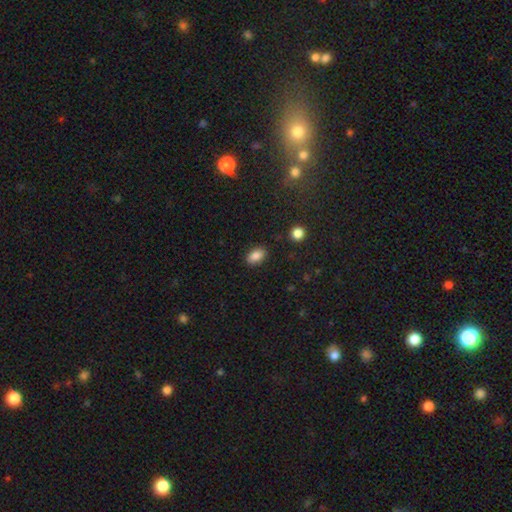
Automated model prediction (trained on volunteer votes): Q: Smooth or featured?
A: smooth (86%); runner-up: star or artifact (9%)
Q: How rounded?
A: in between (89%); runner-up: round (9%)
Q: Merging?
A: none (87%); runner-up: minor disturbance (9%)